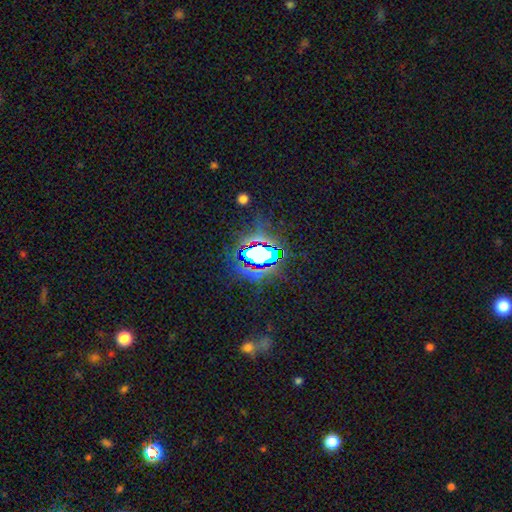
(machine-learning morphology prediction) The model was most divided on "smooth or featured": star or artifact: 82%, smooth: 11%, featured or disk: 7%.